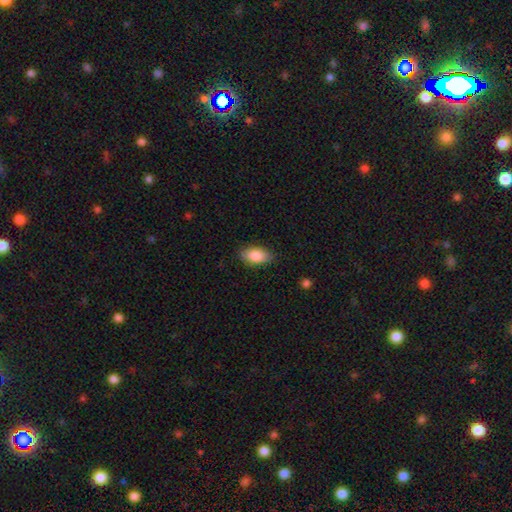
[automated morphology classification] Smooth or featured? Predicted: smooth (p=0.86). How rounded? Predicted: in between (p=0.92). Merging? Predicted: none (p=0.85).